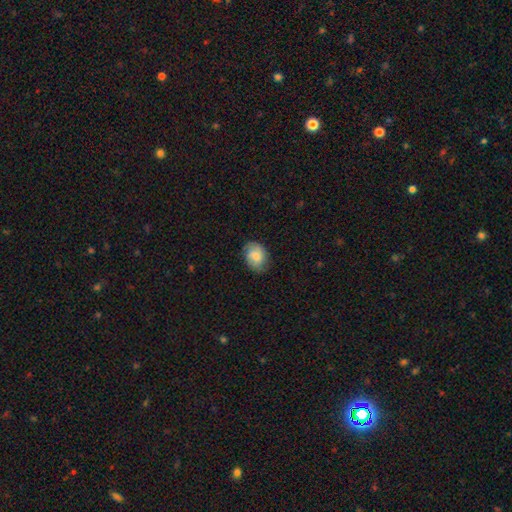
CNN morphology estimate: type=smooth (67%); roundness=in between (66%); merging=none (76%).